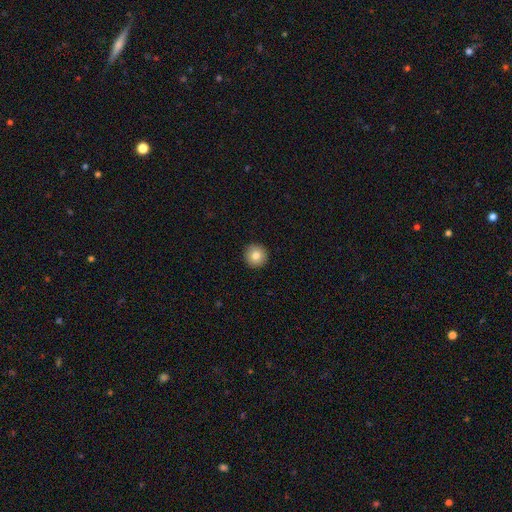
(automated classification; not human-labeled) A smooth galaxy with no disk features (83%) that is round (96%). Merging: none (94%).